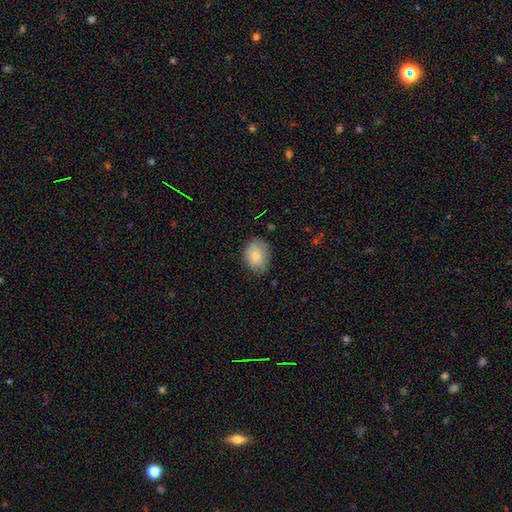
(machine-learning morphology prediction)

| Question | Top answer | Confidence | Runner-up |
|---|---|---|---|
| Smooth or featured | smooth | 78% | featured or disk (14%) |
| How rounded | in between | 61% | round (38%) |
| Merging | none | 74% | minor disturbance (21%) |